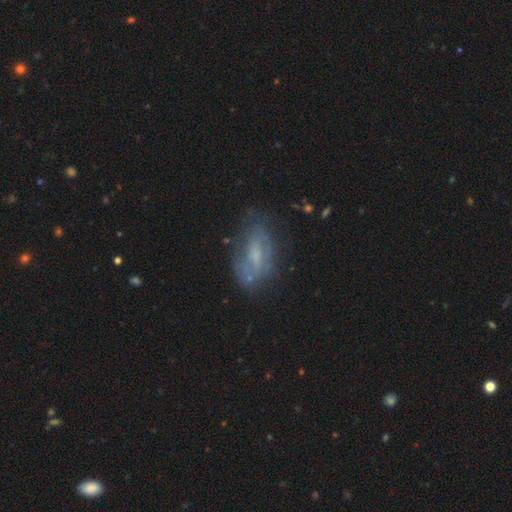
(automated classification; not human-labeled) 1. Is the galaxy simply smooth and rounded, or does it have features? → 51% featured or disk, 38% smooth, 11% star or artifact.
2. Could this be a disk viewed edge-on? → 89% no, 11% yes.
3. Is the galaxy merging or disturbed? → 58% none, 24% minor disturbance, 13% major disturbance, 4% merger.